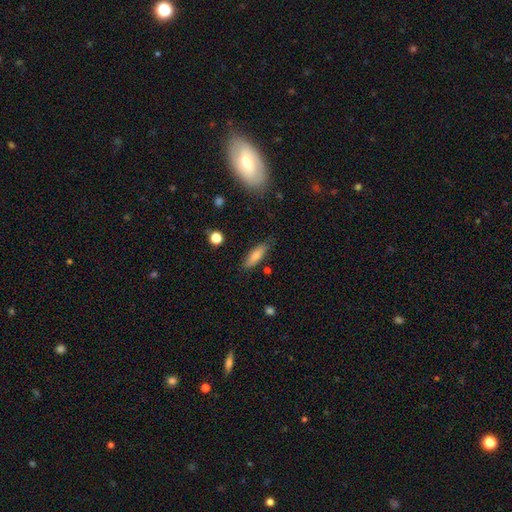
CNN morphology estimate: The model was most divided on "how rounded": in between: 51%, cigar-shaped: 47%, round: 2%. More confident: merging — none (79%); smooth or featured — smooth (79%).